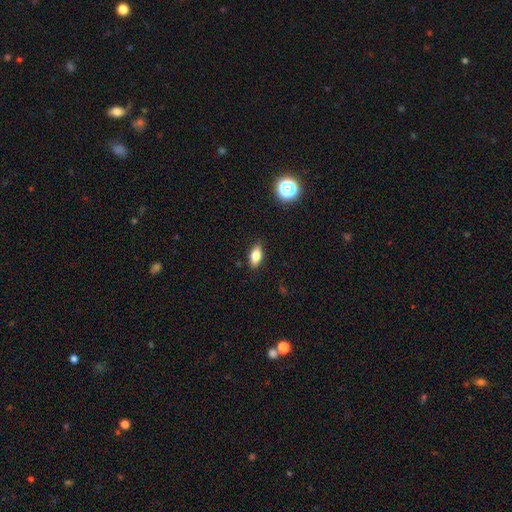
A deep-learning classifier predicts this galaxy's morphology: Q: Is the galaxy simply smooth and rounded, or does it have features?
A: smooth — 78%.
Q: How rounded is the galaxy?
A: in between — 86%.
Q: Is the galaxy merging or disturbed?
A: none — 88%.